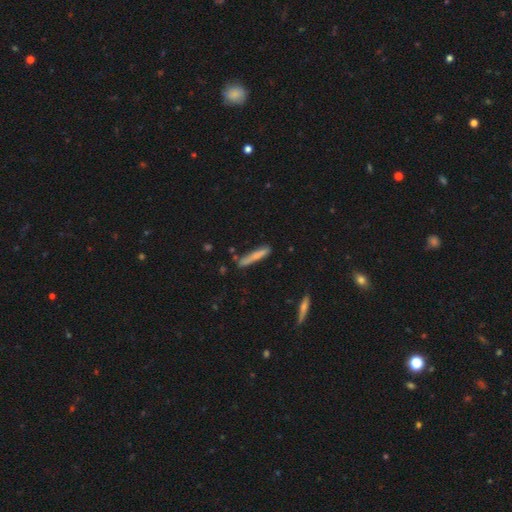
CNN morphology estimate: type=smooth (73%); roundness=cigar-shaped (94%); merging=none (77%).